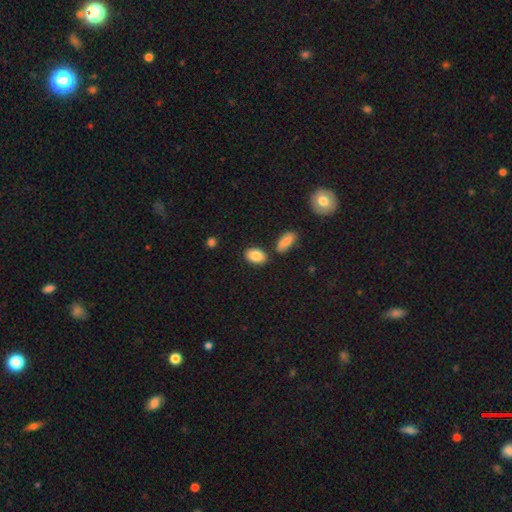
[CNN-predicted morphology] Overall: smooth (85%). How rounded: in between (90%). Merging: none (78%).